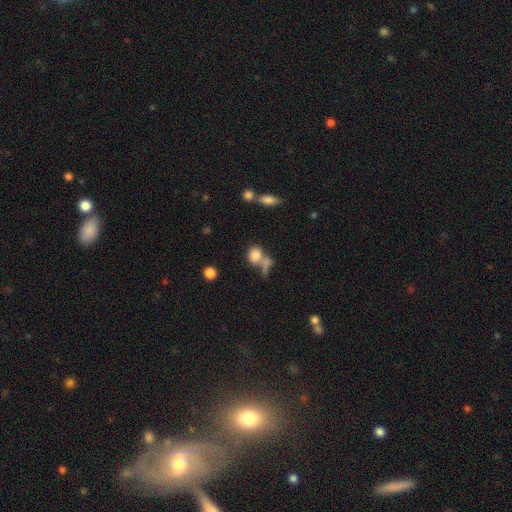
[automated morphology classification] Q: Smooth or featured?
A: smooth (81%); runner-up: star or artifact (10%)
Q: How rounded?
A: round (61%); runner-up: in between (36%)
Q: Merging?
A: none (41%); runner-up: merger (40%)